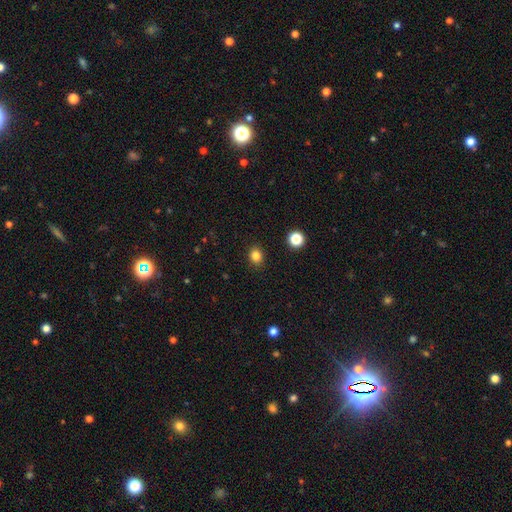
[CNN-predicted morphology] smooth 83%, star or artifact 12%, featured or disk 4%. Down the decision tree: how rounded — round (60%); merging — none (89%).